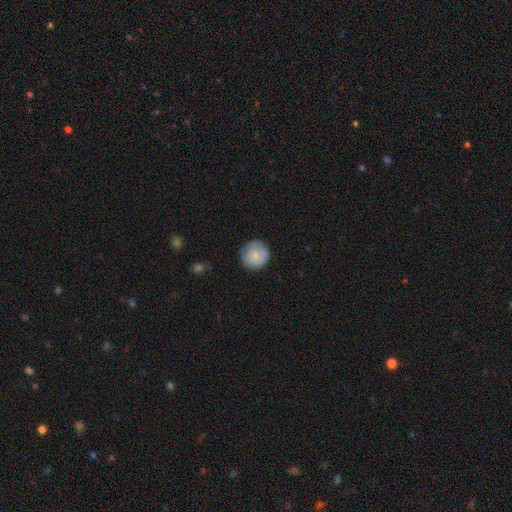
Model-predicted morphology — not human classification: Smooth or featured?
  - smooth: 75% *
  - featured or disk: 18%
  - star or artifact: 7%
How rounded?
  - round: 93% *
  - in between: 6%
  - cigar-shaped: 1%
Merging?
  - none: 76% *
  - minor disturbance: 18%
  - major disturbance: 5%
  - merger: 2%